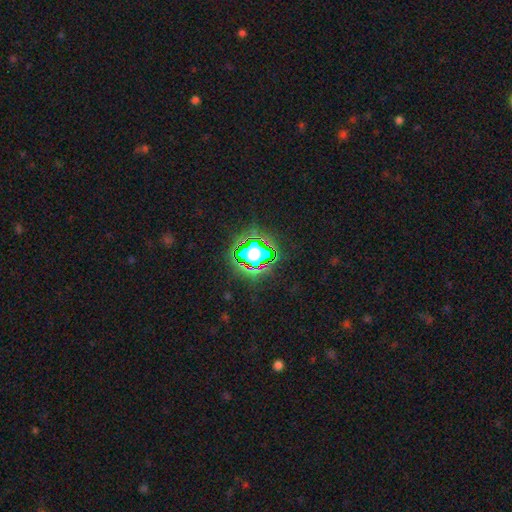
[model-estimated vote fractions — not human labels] This is likely a star or artifact rather than a galaxy (75%).